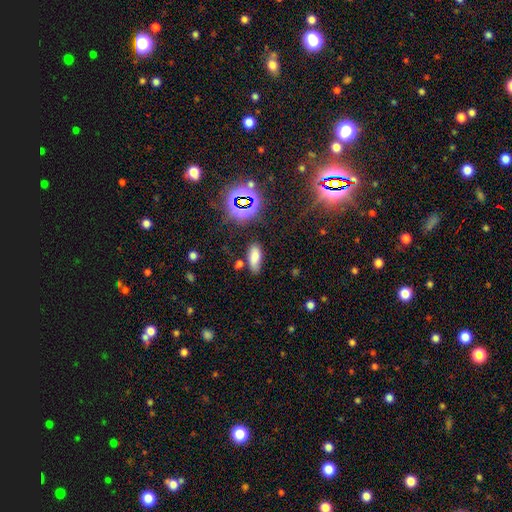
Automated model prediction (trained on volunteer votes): Smooth or featured: smooth — 72% (star or artifact — 18%)
How rounded: in between — 81% (cigar-shaped — 15%)
Merging: none — 74% (minor disturbance — 17%)